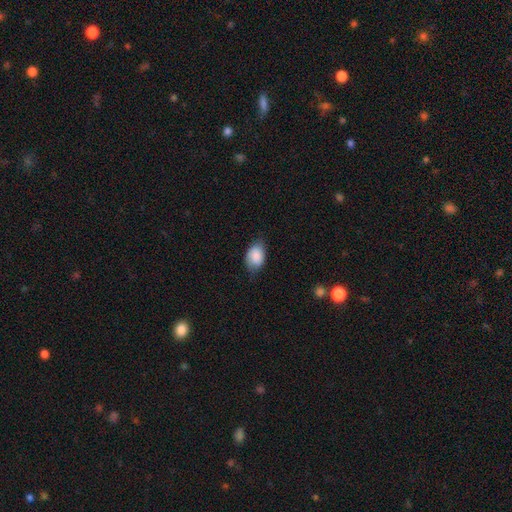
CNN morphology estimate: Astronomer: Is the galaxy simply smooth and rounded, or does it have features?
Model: smooth — 81%.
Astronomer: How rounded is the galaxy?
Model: in between — 86%.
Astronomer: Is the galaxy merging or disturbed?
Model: none — 66%.